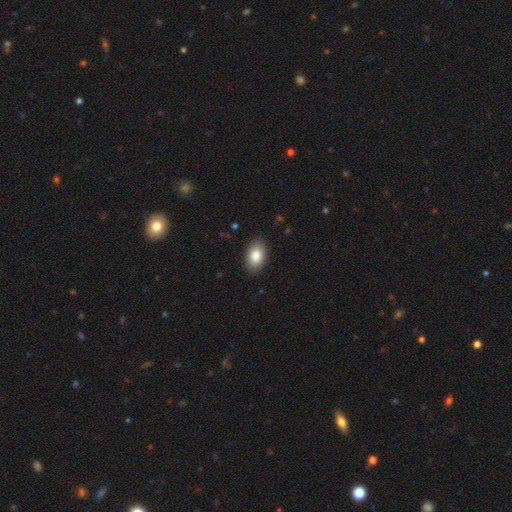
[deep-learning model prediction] smooth_or_featured: smooth (p=0.86) [alt: featured or disk p=0.07]
how_rounded: in between (p=0.92) [alt: round p=0.07]
merging: none (p=0.88) [alt: minor disturbance p=0.09]